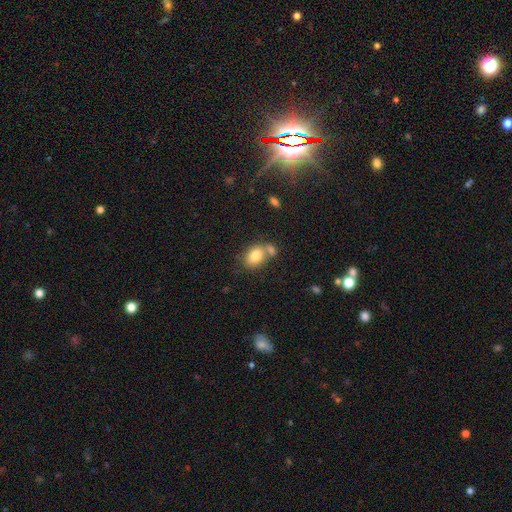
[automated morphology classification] smooth_or_featured: smooth (p=0.79) [alt: featured or disk p=0.13]
how_rounded: in between (p=0.77) [alt: round p=0.22]
merging: none (p=0.45) [alt: merger p=0.36]